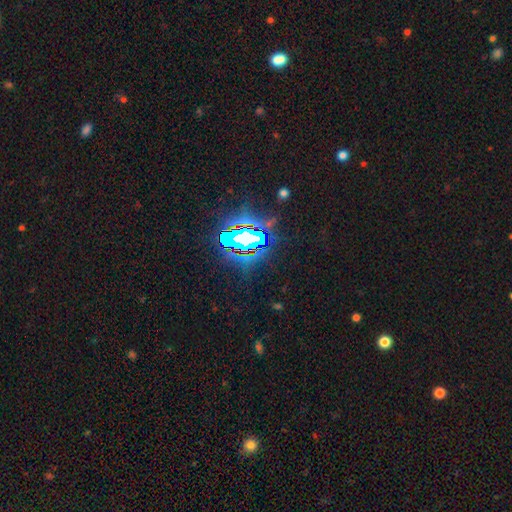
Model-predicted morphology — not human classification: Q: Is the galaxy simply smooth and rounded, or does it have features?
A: star or artifact — 85%.